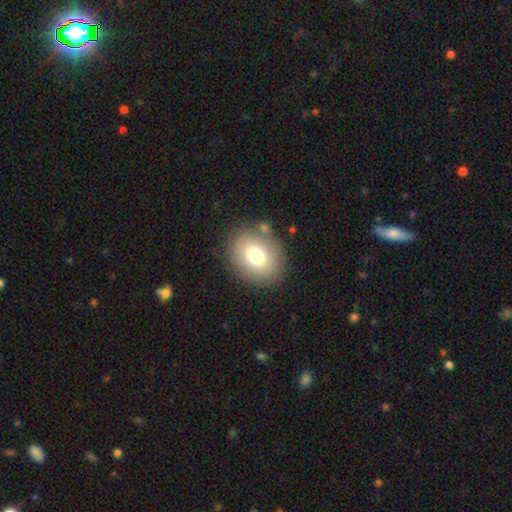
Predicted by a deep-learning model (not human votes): This appears to be a smooth galaxy with no disk features (75%) that is round (58%). Merging: none (84%).